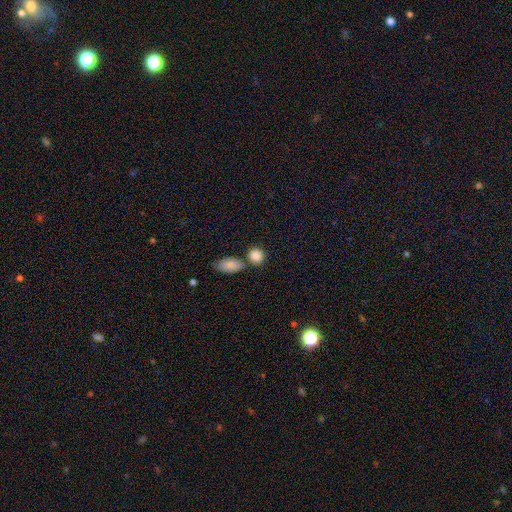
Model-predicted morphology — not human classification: Overall: smooth (88%). How rounded: round (72%). Merging: none (64%).